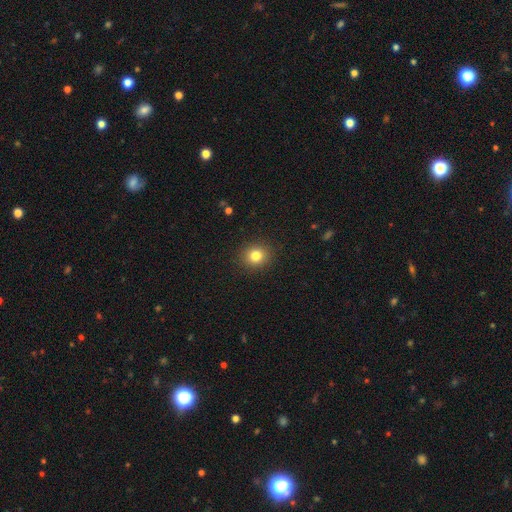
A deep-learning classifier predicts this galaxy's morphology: Q: Smooth or featured?
A: smooth (81%); runner-up: star or artifact (12%)
Q: How rounded?
A: round (81%); runner-up: in between (18%)
Q: Merging?
A: none (91%); runner-up: minor disturbance (6%)